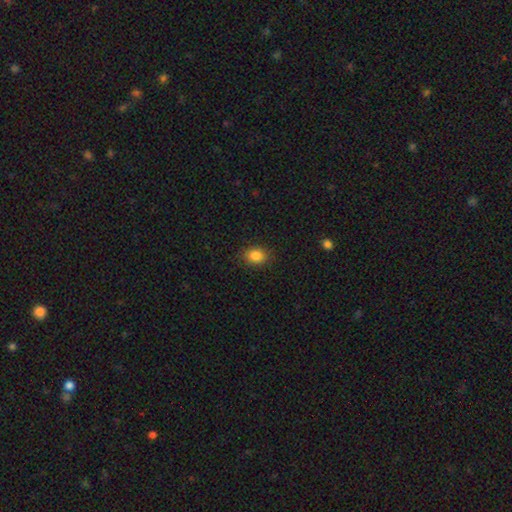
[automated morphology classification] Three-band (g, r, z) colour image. It shows a smooth galaxy with no disk features (86%) that is in between round and cigar-shaped (58%). Merging: none (86%).